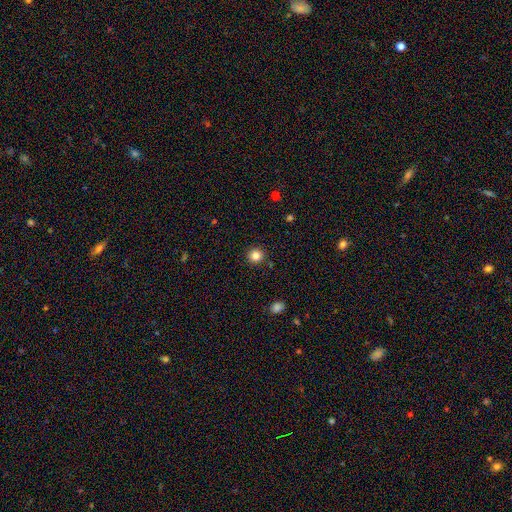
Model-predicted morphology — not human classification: Smooth or featured: smooth — 83% (star or artifact — 12%)
How rounded: round — 94% (in between — 5%)
Merging: none — 91% (minor disturbance — 5%)